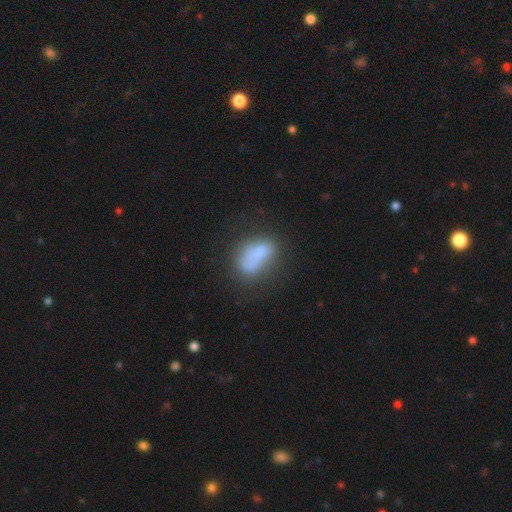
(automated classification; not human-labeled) This is possibly a smooth galaxy (59%). How rounded: clearly in between (84%). Merging: marginally none (37%).